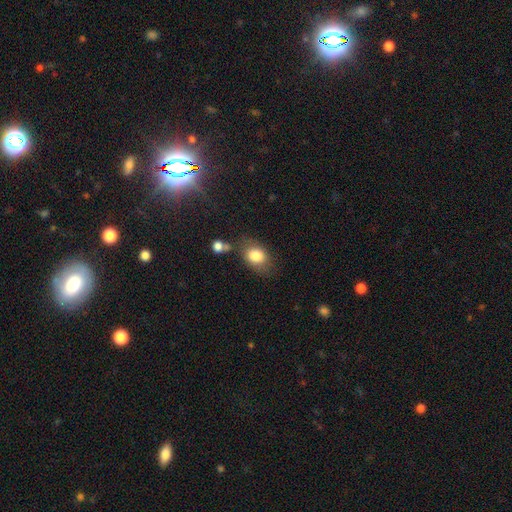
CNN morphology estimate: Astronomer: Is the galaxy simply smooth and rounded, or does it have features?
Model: smooth — 82%.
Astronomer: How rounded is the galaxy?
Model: in between — 68%.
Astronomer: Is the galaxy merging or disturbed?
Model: none — 62%.